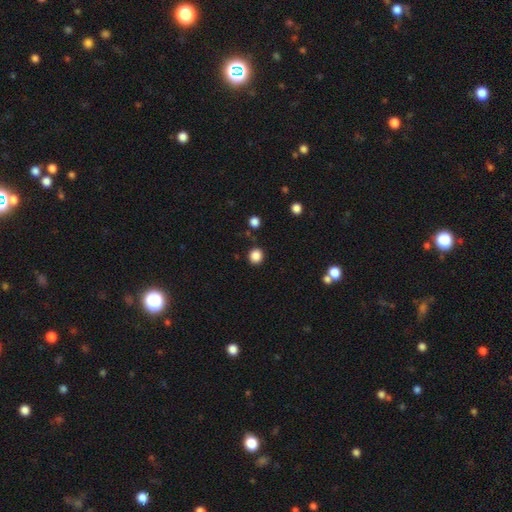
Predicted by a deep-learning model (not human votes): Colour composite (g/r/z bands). It shows a smooth galaxy with no disk features (86%) that is round (85%). Merging: none (88%).